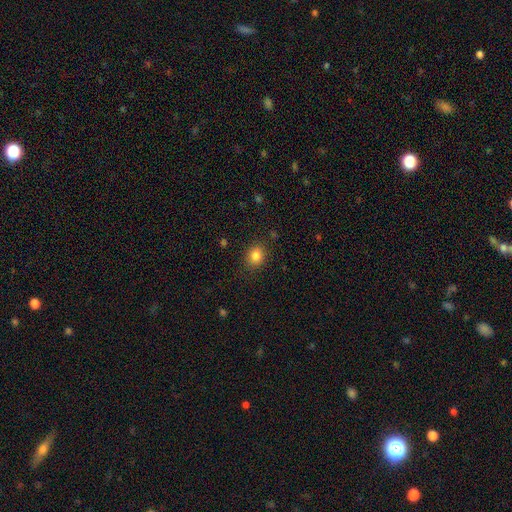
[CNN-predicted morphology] Overall: smooth (84%). How rounded: round (61%; in between 38%). Merging: none (87%).